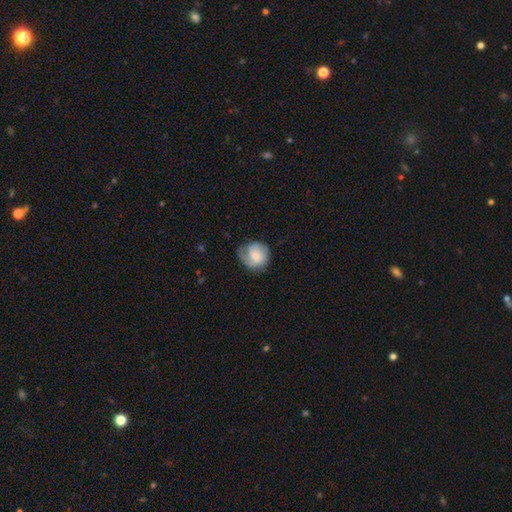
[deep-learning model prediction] smooth_or_featured: smooth (p=0.53) [alt: featured or disk p=0.40]
how_rounded: round (p=0.78) [alt: in between p=0.21]
merging: none (p=0.57) [alt: minor disturbance p=0.26]